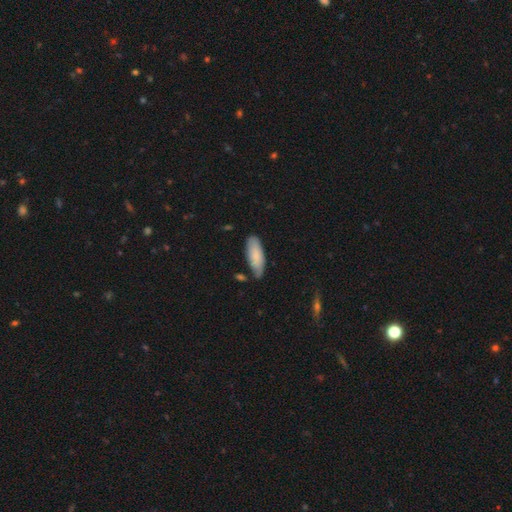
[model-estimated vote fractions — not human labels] A smooth galaxy with no disk features (81%) that is in between round and cigar-shaped (72%). Merging: none (66%).